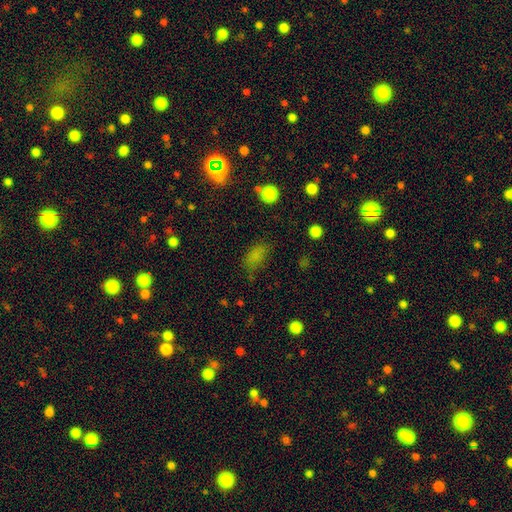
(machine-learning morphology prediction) Smooth or featured: smooth — 73% (star or artifact — 20%)
How rounded: in between — 85% (round — 10%)
Merging: none — 64% (minor disturbance — 23%)